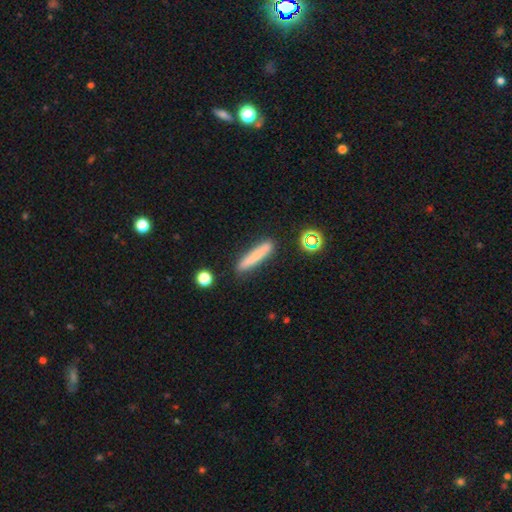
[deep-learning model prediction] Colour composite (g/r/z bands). It shows a smooth galaxy with no disk features (71%) that is cigar-shaped (92%). Merging: none (84%).